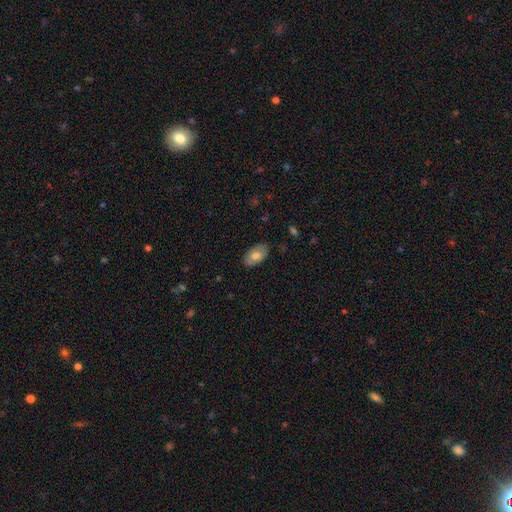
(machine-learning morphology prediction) Smooth or featured? Predicted: smooth (p=0.70). How rounded? Predicted: in between (p=0.94). Merging? Predicted: none (p=0.84).